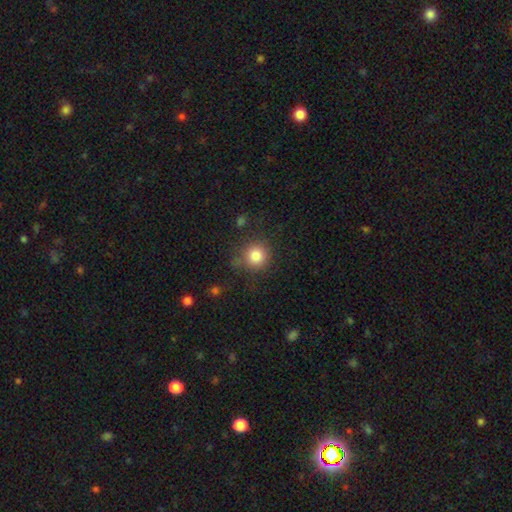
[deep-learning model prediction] smooth_or_featured: smooth (p=0.83) [alt: star or artifact p=0.11]
how_rounded: round (p=0.92) [alt: in between p=0.08]
merging: none (p=0.74) [alt: minor disturbance p=0.16]